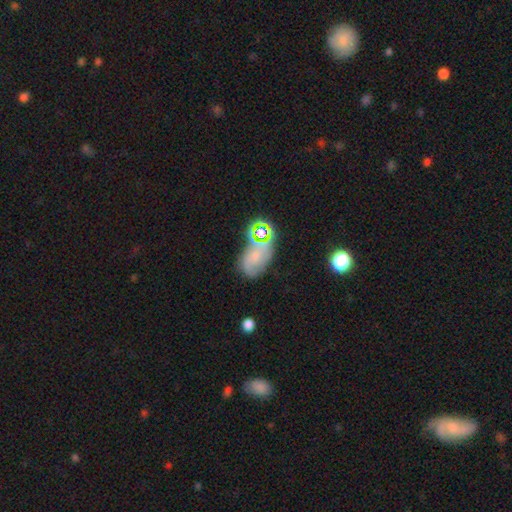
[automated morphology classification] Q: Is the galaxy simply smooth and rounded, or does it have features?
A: featured or disk — 47%.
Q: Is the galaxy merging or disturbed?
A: none — 42%.